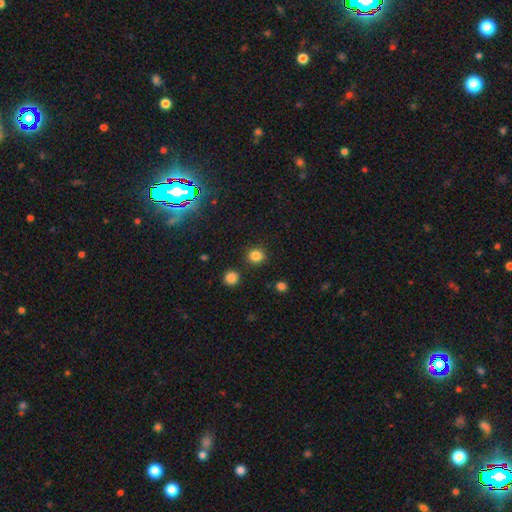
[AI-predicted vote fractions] Smooth or featured: smooth — 83% (star or artifact — 13%)
How rounded: round — 86% (in between — 13%)
Merging: none — 88% (minor disturbance — 6%)